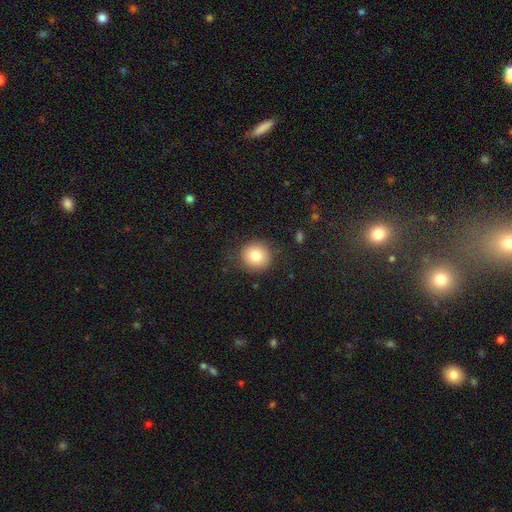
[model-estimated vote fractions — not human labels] This appears to be a smooth galaxy with no disk features (82%) that is round (90%). Merging: none (86%).